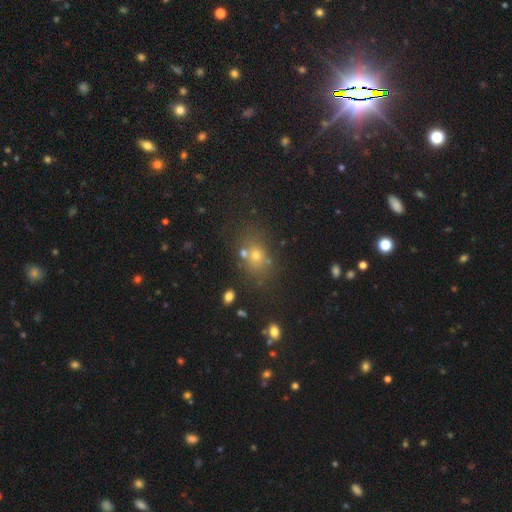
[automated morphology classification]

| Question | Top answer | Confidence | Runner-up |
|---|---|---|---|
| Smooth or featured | smooth | 60% | star or artifact (27%) |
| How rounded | round | 53% | in between (45%) |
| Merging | none | 65% | merger (17%) |